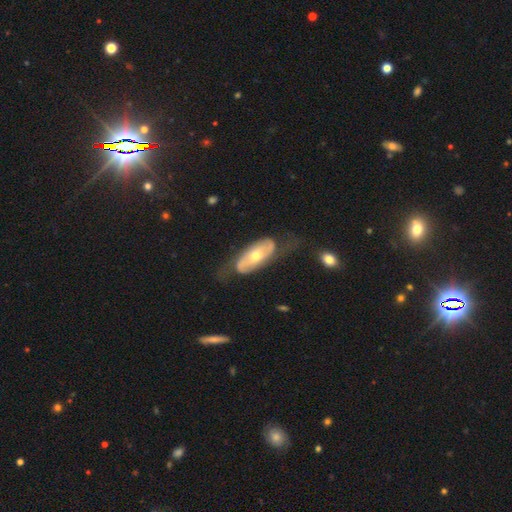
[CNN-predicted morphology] Overall: featured or disk (69%). Edge-on disk: no (87%). Bar: no (63%; weak 23%). Spiral arms: yes (78%). Bulge size: moderate (63%; small 30%). Merging: none (57%; minor disturbance 23%).